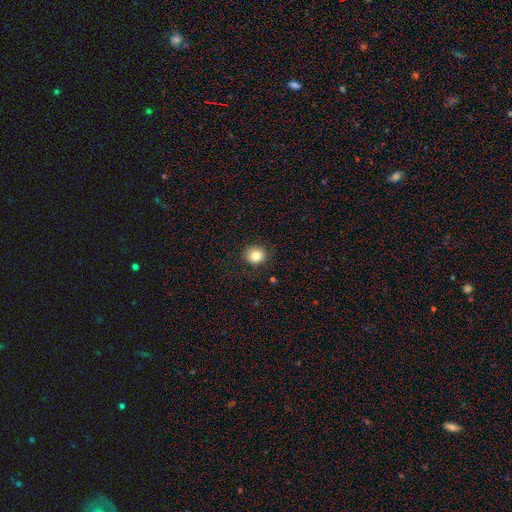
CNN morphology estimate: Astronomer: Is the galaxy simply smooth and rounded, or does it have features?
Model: smooth — 82%.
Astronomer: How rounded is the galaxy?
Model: round — 88%.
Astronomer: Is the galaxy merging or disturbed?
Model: none — 90%.